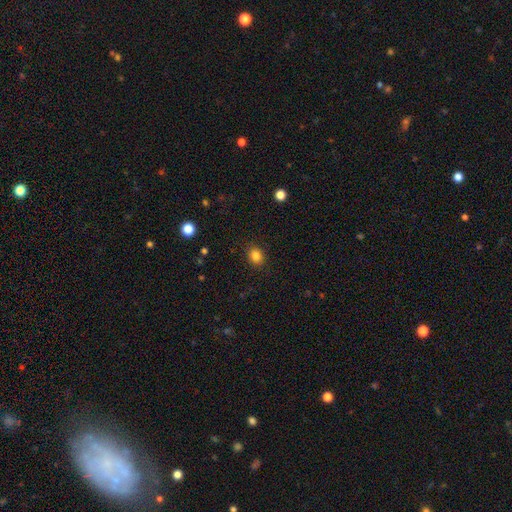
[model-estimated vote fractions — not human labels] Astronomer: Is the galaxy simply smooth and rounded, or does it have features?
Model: smooth — 84%.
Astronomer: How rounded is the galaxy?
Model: round — 60% (runner-up: in between, 39%).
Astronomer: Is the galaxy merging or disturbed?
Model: none — 88%.